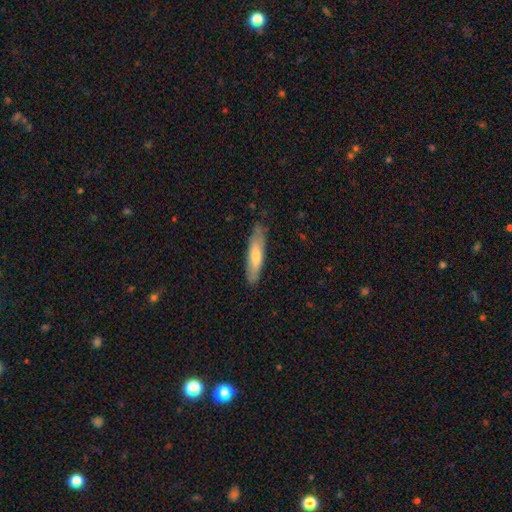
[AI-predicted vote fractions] A smooth galaxy with no disk features (64%) that is cigar-shaped (78%).

Vote fractions:
- Smooth or featured? smooth: 64% / featured or disk: 31% / star or artifact: 5%
- How rounded? cigar-shaped: 78% / in between: 20% / round: 1%
- Merging? none: 81% / minor disturbance: 15% / major disturbance: 2% / merger: 1%